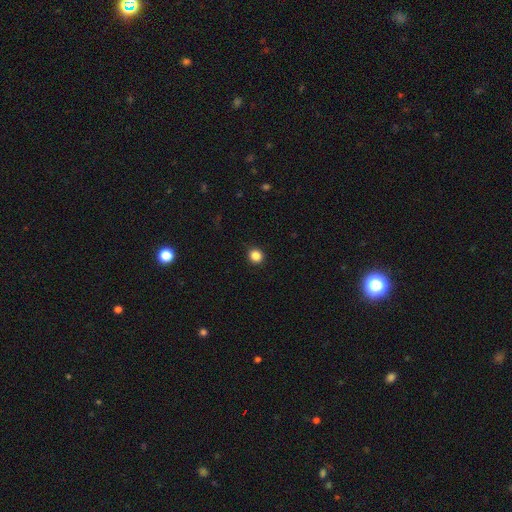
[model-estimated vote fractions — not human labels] This is clearly a smooth galaxy (86%). How rounded: clearly round (90%). Merging: clearly none (92%).